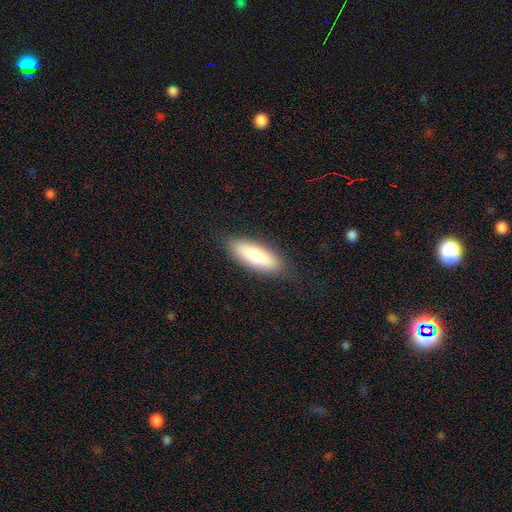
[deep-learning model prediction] Smooth or featured? smooth (78%)
How rounded? in between (58%)
Merging? none (85%)